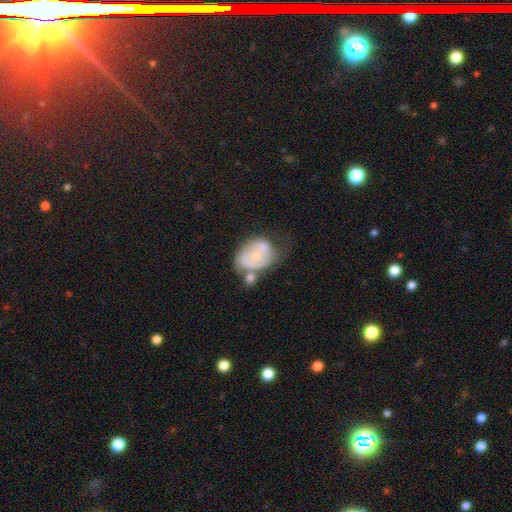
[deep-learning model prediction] featured or disk 55%, smooth 37%, star or artifact 7%. Down the decision tree: edge-on disk — no (97%); bar — no (80%); spiral arms — yes (55%); bulge size — small (59%); merging — merger (30%).